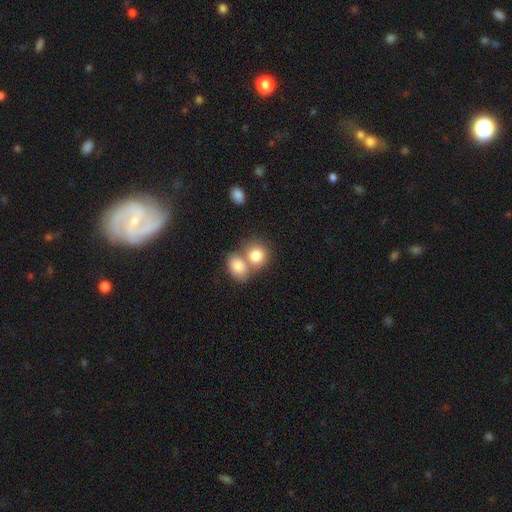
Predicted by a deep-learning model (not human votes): A smooth galaxy with no disk features (80%) that is round (69%). Merging: merger (54%).